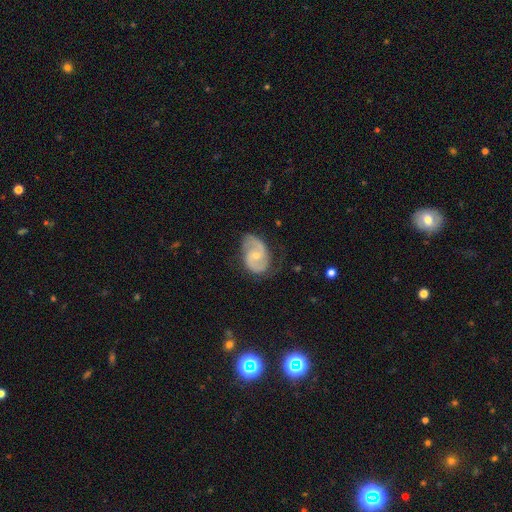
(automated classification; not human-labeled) This appears to be a featured or disk galaxy (82%) with no bar (53%), 2 (86%) medium (51%) spiral arms (95%) and a small central bulge (56%). Merging: none (69%).